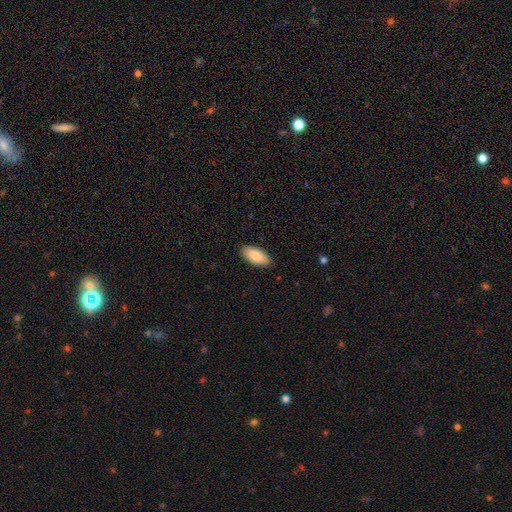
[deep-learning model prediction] smooth 85%, featured or disk 9%, star or artifact 6%. Down the decision tree: how rounded — in between (92%); merging — none (89%).